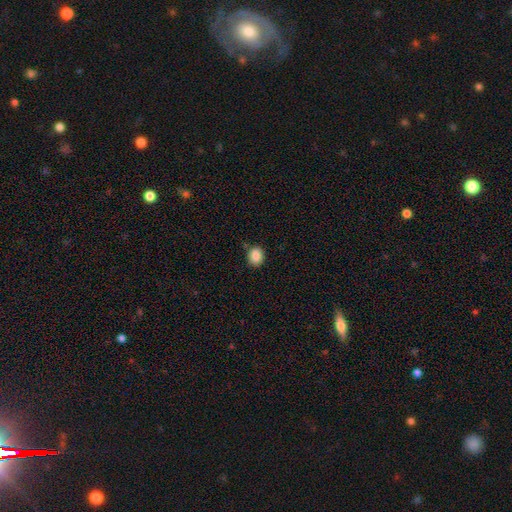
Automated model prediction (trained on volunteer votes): Overall: smooth (88%). How rounded: round (53%; in between 46%). Merging: none (81%).